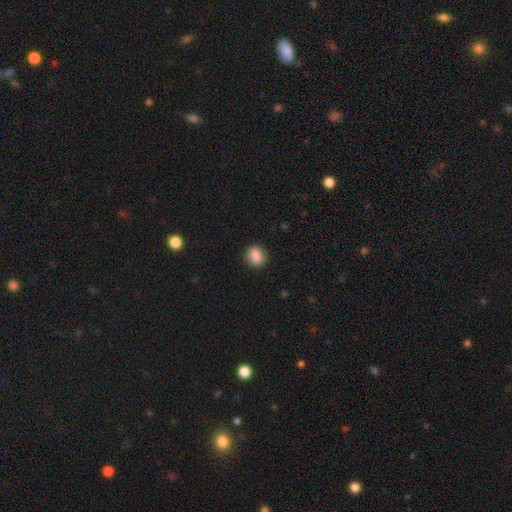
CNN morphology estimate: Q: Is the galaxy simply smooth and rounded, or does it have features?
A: smooth — 86%.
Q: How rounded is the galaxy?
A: round — 59%.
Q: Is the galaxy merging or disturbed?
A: none — 85%.